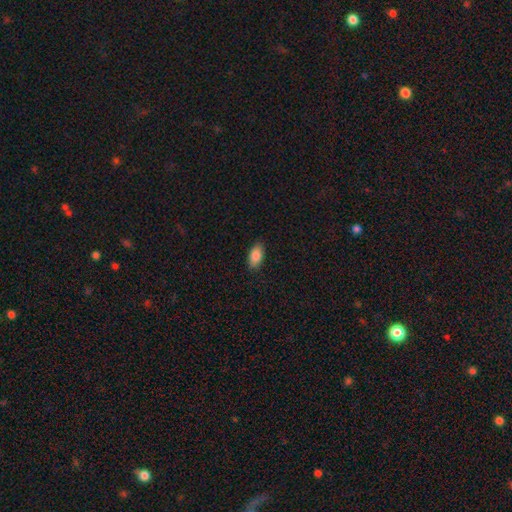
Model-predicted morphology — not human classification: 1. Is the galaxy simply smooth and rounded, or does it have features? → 87% smooth, 7% star or artifact, 6% featured or disk.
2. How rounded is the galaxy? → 93% in between, 4% cigar-shaped, 3% round.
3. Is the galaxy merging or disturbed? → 88% none, 9% minor disturbance, 2% major disturbance, 1% merger.